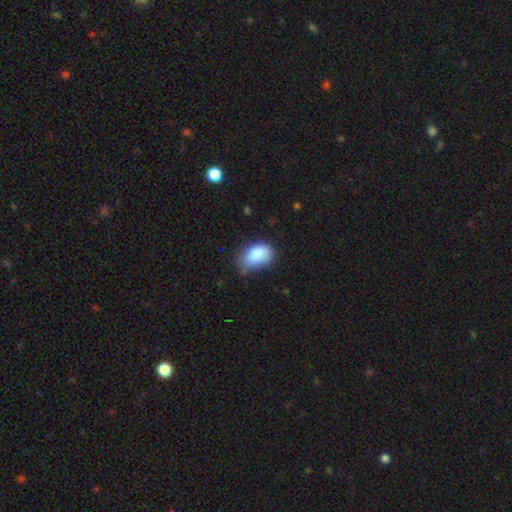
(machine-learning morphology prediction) A smooth galaxy with no disk features (86%) that is in between round and cigar-shaped (88%). Merging: none (51%).